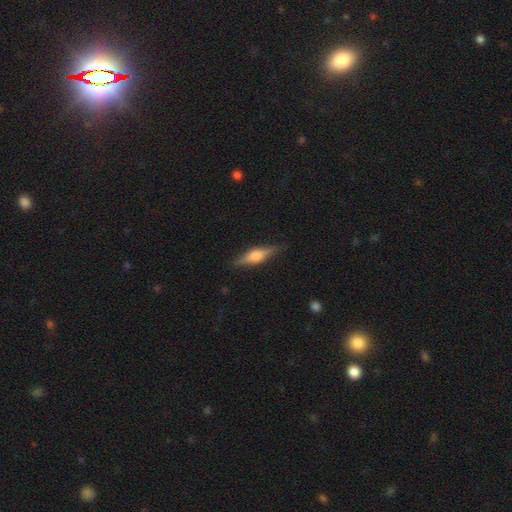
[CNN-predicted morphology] smooth_or_featured: featured or disk (p=0.54) [alt: smooth p=0.39]
disk_edge_on: yes (p=0.95) [alt: no p=0.05]
edge_on_bulge: rounded (p=0.81) [alt: boxy p=0.15]
merging: none (p=0.86) [alt: minor disturbance p=0.11]